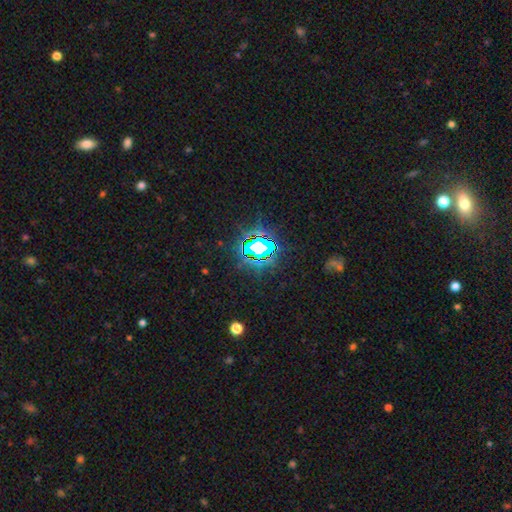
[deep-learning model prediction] Smooth or featured?
  - star or artifact: 78% *
  - smooth: 14%
  - featured or disk: 9%